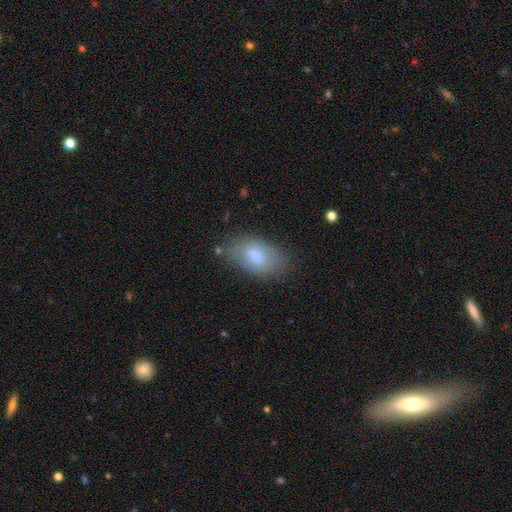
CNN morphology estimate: This is likely a smooth galaxy (73%). How rounded: clearly in between (93%). Merging: likely none (70%).